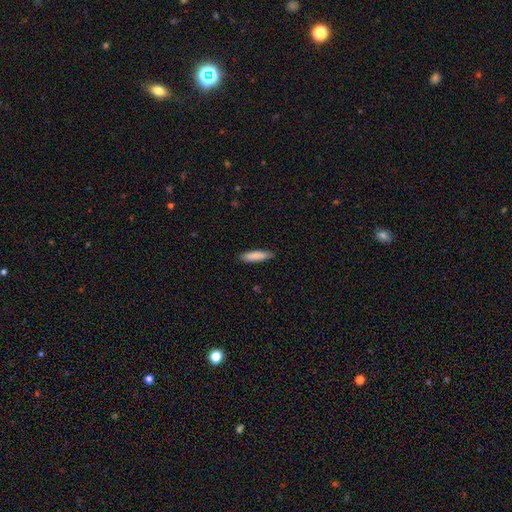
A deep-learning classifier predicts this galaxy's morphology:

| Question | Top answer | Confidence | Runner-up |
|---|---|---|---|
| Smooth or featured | smooth | 85% | featured or disk (9%) |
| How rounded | cigar-shaped | 75% | in between (24%) |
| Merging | none | 88% | minor disturbance (9%) |